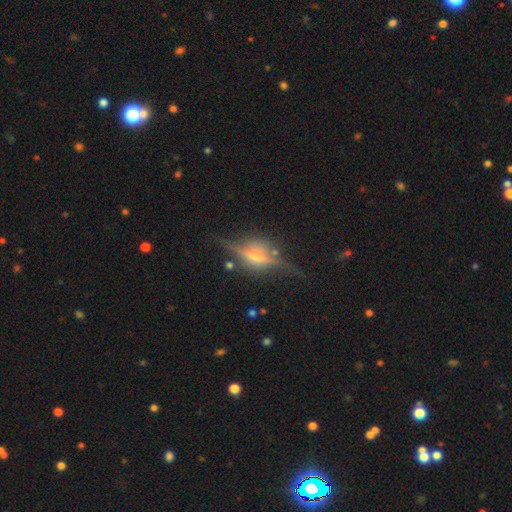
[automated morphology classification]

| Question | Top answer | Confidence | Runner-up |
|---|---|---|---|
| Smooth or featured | featured or disk | 83% | smooth (9%) |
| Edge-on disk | yes | 94% | no (6%) |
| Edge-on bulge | rounded | 83% | boxy (13%) |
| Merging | none | 78% | minor disturbance (15%) |